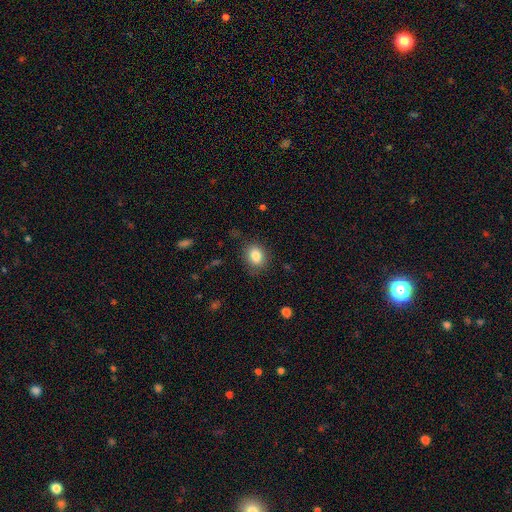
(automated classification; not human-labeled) A smooth galaxy with no disk features (84%) that is in between round and cigar-shaped (56%).

Vote fractions:
- Smooth or featured? smooth: 84% / star or artifact: 9% / featured or disk: 7%
- How rounded? in between: 56% / round: 42% / cigar-shaped: 1%
- Merging? none: 82% / minor disturbance: 13% / major disturbance: 4% / merger: 1%